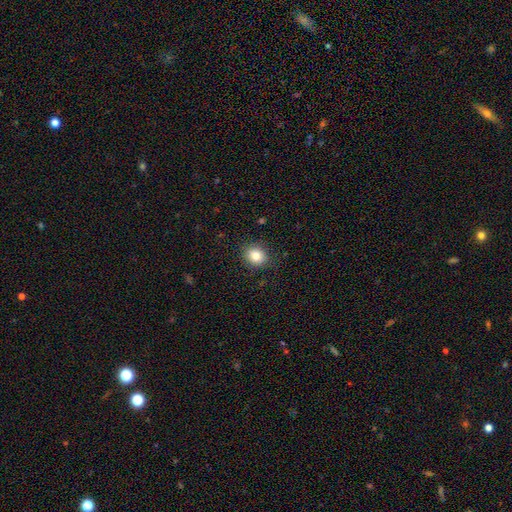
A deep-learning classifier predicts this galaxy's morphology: smooth 83%, star or artifact 10%, featured or disk 7%. Down the decision tree: how rounded — round (67%); merging — none (87%).